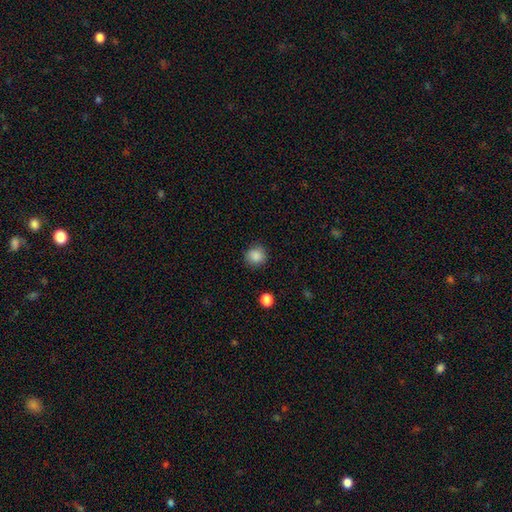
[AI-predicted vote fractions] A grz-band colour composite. It shows a smooth galaxy with no disk features (87%) that is round (89%). Merging: none (87%).